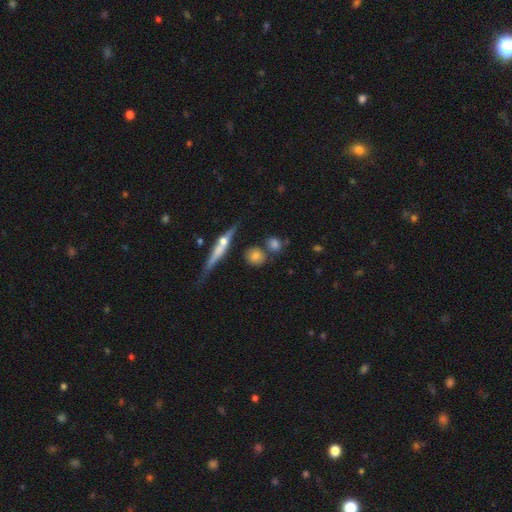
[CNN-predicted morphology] A smooth galaxy with no disk features (71%) that is round (72%).

Vote fractions:
- Smooth or featured? smooth: 71% / featured or disk: 19% / star or artifact: 10%
- How rounded? round: 72% / in between: 20% / cigar-shaped: 7%
- Merging? none: 66% / merger: 16% / minor disturbance: 13% / major disturbance: 5%